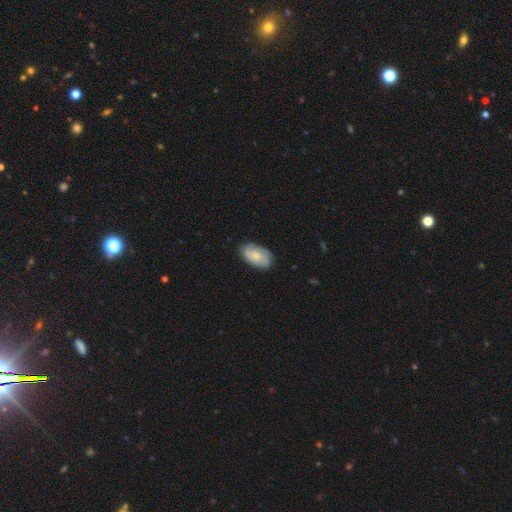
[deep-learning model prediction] The model was most divided on "smooth or featured": smooth: 58%, featured or disk: 36%, star or artifact: 6%. More confident: how rounded — in between (93%); merging — none (78%).